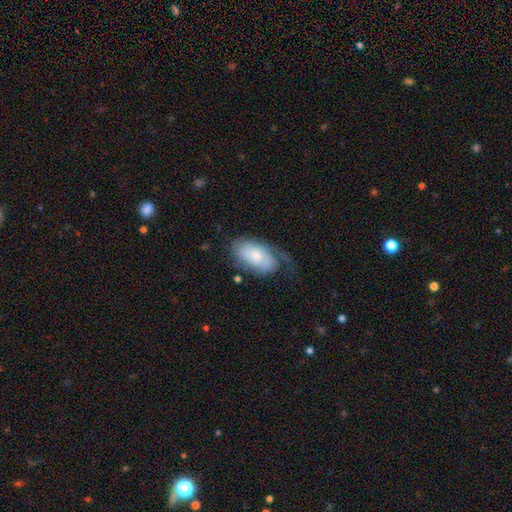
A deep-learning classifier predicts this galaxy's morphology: type=featured or disk (50%); edge-on=no (93%); merging=none (44%).